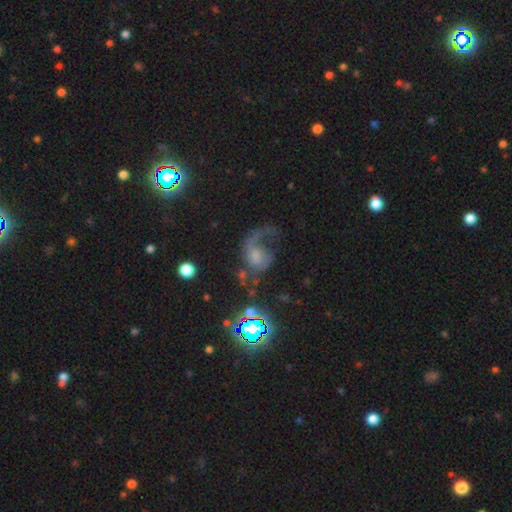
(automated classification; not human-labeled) Morphology: type=featured or disk (54%); edge-on=no (96%); bar=no (75%); spiral arms=yes (75%); bulge=small (32%); merging=major disturbance (50%).